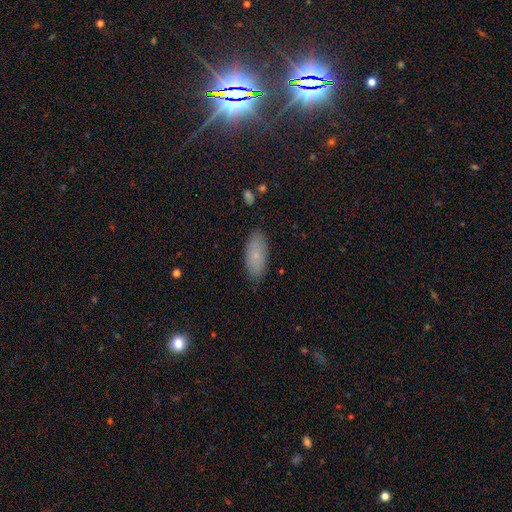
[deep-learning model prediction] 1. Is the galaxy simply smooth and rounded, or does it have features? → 77% smooth, 14% featured or disk, 8% star or artifact.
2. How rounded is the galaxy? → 84% in between, 13% cigar-shaped, 2% round.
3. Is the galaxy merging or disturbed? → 83% none, 13% minor disturbance, 3% major disturbance, 1% merger.